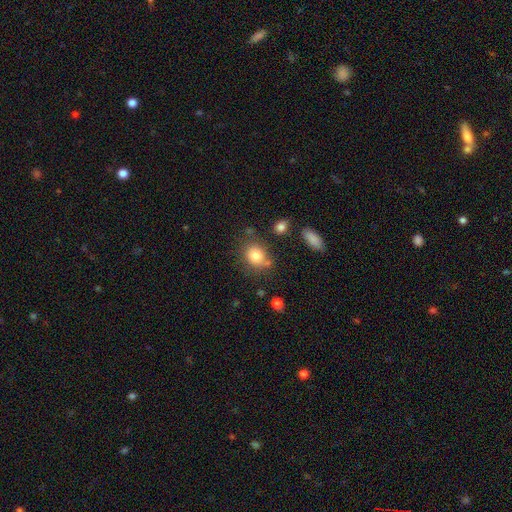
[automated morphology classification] Smooth or featured? smooth (82%)
How rounded? round (64%)
Merging? none (67%)